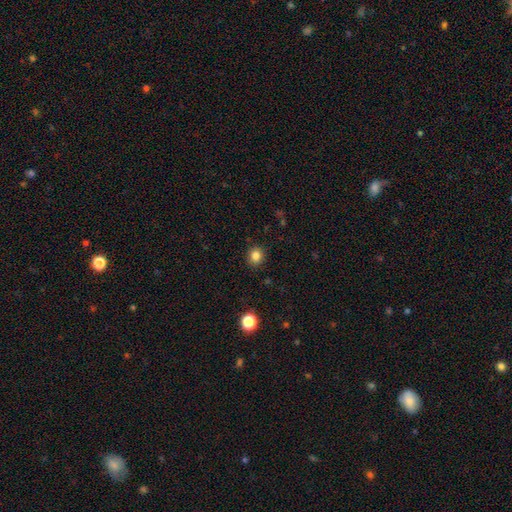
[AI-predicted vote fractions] Smooth or featured?
  - smooth: 83% *
  - star or artifact: 12%
  - featured or disk: 5%
How rounded?
  - round: 75% *
  - in between: 24%
  - cigar-shaped: 1%
Merging?
  - none: 89% *
  - minor disturbance: 7%
  - major disturbance: 2%
  - merger: 1%